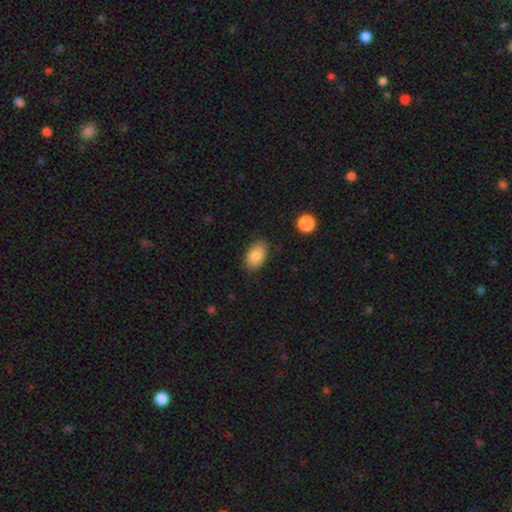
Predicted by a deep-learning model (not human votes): Smooth or featured? Predicted: smooth (p=0.85). How rounded? Predicted: in between (p=0.91). Merging? Predicted: none (p=0.84).